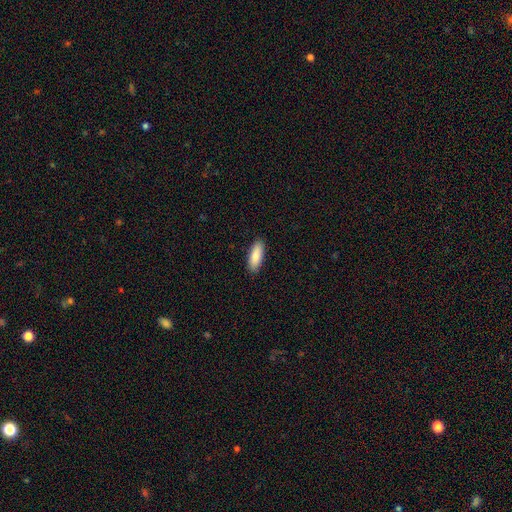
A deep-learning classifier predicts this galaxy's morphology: The model was most divided on "how rounded": in between: 70%, cigar-shaped: 29%, round: 2%. More confident: merging — none (90%); smooth or featured — smooth (87%).